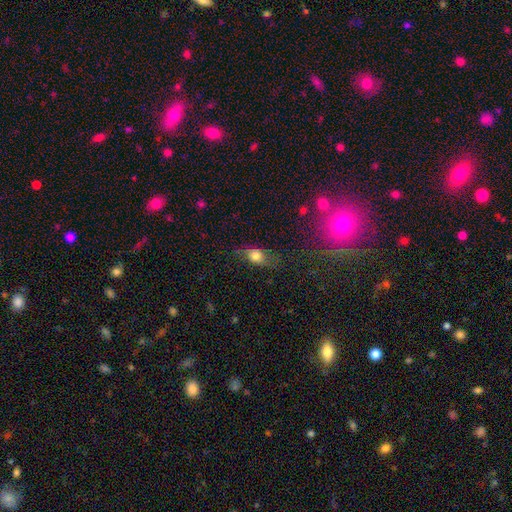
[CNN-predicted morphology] smooth_or_featured: smooth (p=0.71) [alt: featured or disk p=0.18]
how_rounded: in between (p=0.66) [alt: round p=0.23]
merging: none (p=0.66) [alt: minor disturbance p=0.23]